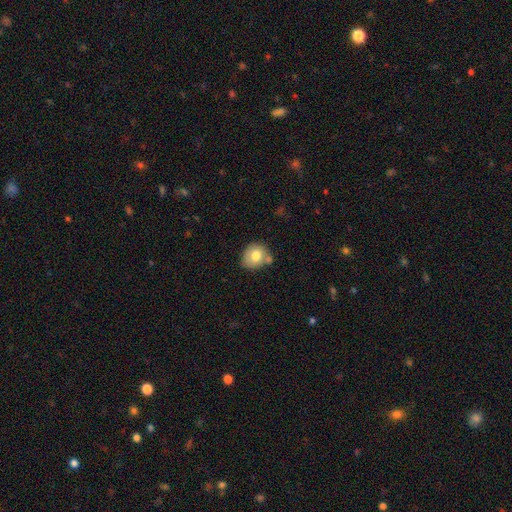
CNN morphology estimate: type=smooth (75%); roundness=round (70%); merging=none (57%).